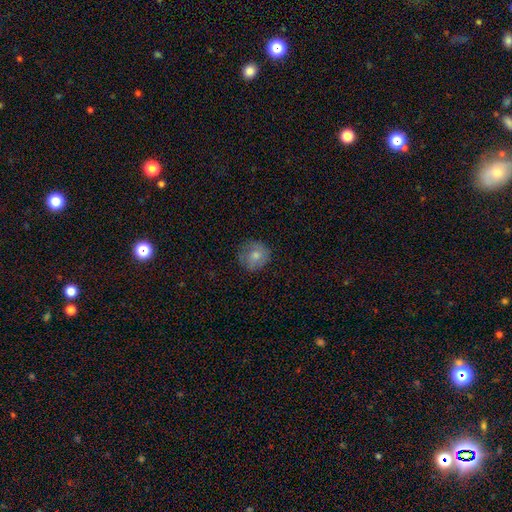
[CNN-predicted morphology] A smooth galaxy with no disk features (74%) that is round (87%).

Vote fractions:
- Smooth or featured? smooth: 74% / featured or disk: 18% / star or artifact: 8%
- How rounded? round: 87% / in between: 12% / cigar-shaped: 1%
- Merging? none: 72% / minor disturbance: 21% / major disturbance: 6% / merger: 1%